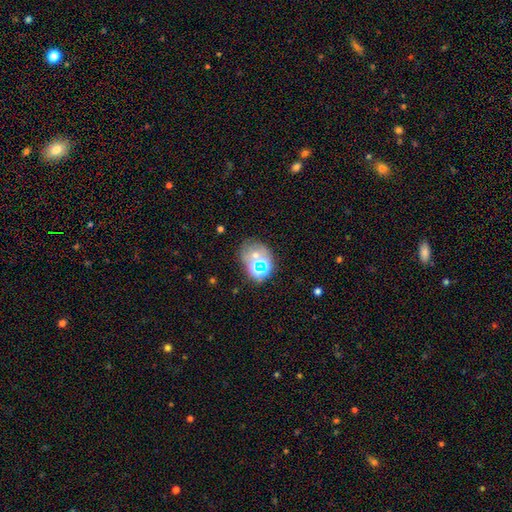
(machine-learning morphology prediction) Overall: star or artifact (47%; smooth 32%).